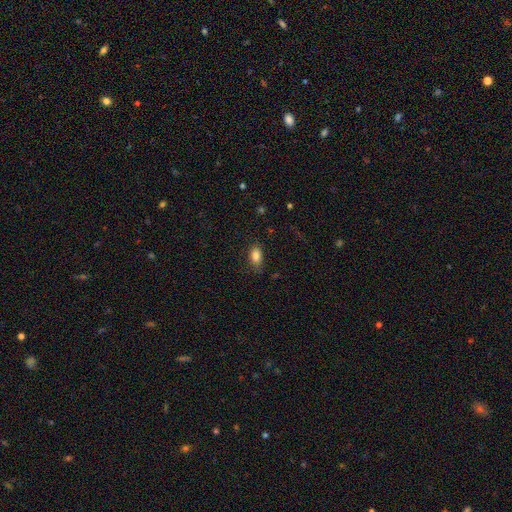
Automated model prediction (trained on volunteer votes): Smooth or featured?
  - smooth: 85% *
  - star or artifact: 9%
  - featured or disk: 6%
How rounded?
  - in between: 88% *
  - round: 9%
  - cigar-shaped: 3%
Merging?
  - none: 79% *
  - minor disturbance: 16%
  - major disturbance: 4%
  - merger: 1%